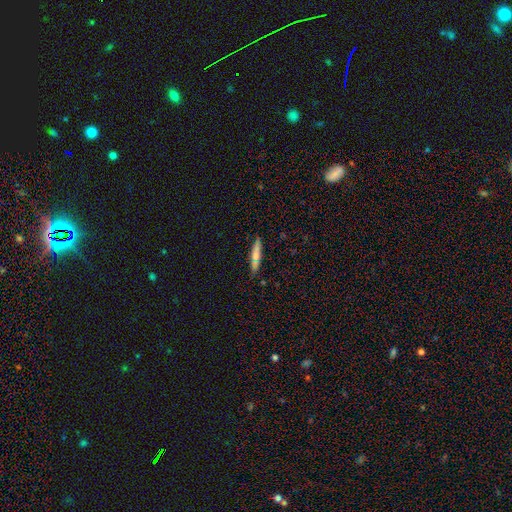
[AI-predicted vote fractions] Overall: smooth (65%; featured or disk 27%). How rounded: cigar-shaped (88%). Merging: none (81%).